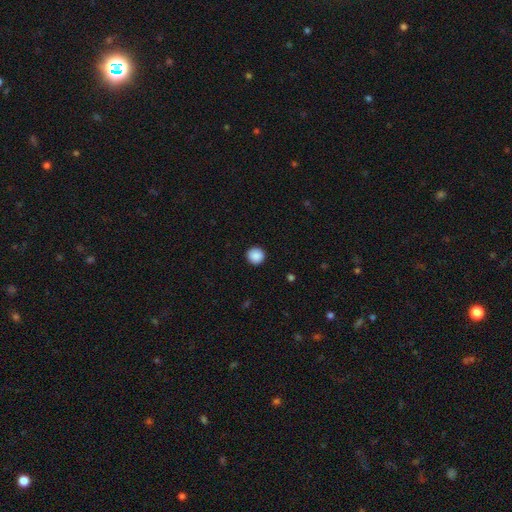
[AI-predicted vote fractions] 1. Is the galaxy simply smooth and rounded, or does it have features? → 89% smooth, 8% star or artifact, 2% featured or disk.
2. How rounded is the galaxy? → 95% round, 4% in between, 1% cigar-shaped.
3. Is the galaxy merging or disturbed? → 93% none, 5% minor disturbance, 2% major disturbance, 1% merger.